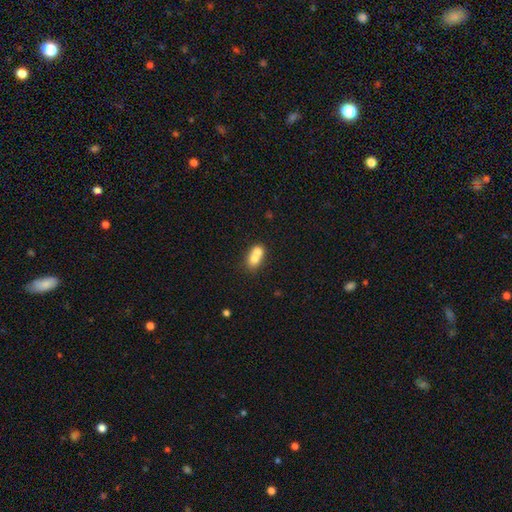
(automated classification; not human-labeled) Smooth or featured? Predicted: smooth (p=0.69). How rounded? Predicted: in between (p=0.52). Merging? Predicted: merger (p=0.71).